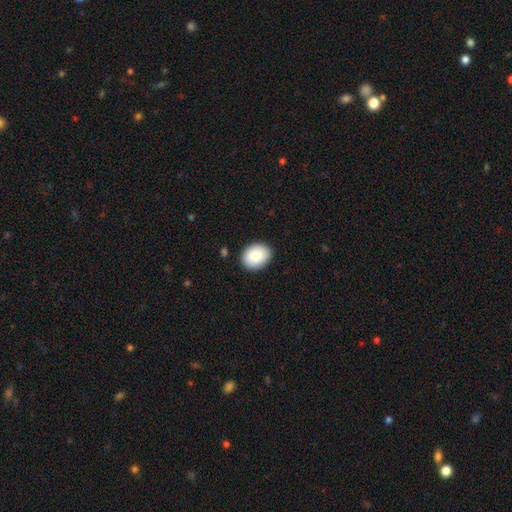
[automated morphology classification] Q: Smooth or featured?
A: smooth (86%); runner-up: featured or disk (7%)
Q: How rounded?
A: in between (66%); runner-up: round (34%)
Q: Merging?
A: none (89%); runner-up: minor disturbance (8%)